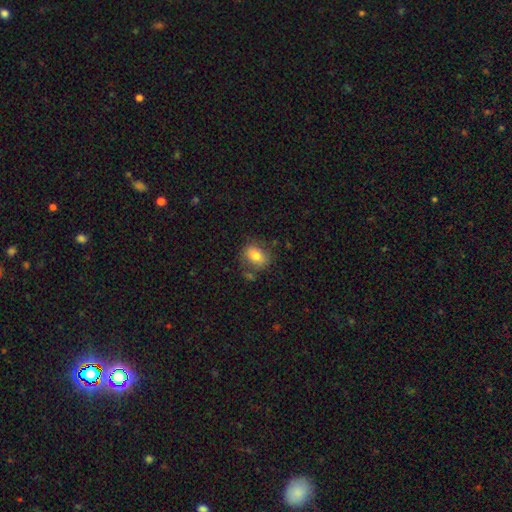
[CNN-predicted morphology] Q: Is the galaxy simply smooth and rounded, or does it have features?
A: smooth — 77%.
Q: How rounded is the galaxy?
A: in between — 73%.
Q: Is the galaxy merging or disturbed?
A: none — 69%.